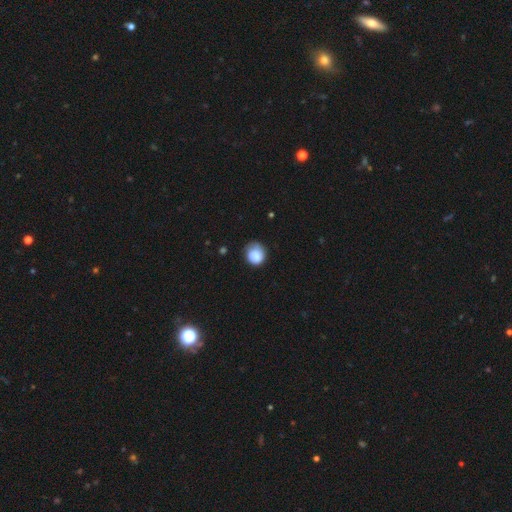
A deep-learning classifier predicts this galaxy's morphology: smooth-or-featured: smooth: 82% | featured or disk: 10% | star or artifact: 8%
  how-rounded: round: 79% | in between: 20% | cigar-shaped: 1%
  merging: none: 57% | minor disturbance: 31% | major disturbance: 10% | merger: 2%